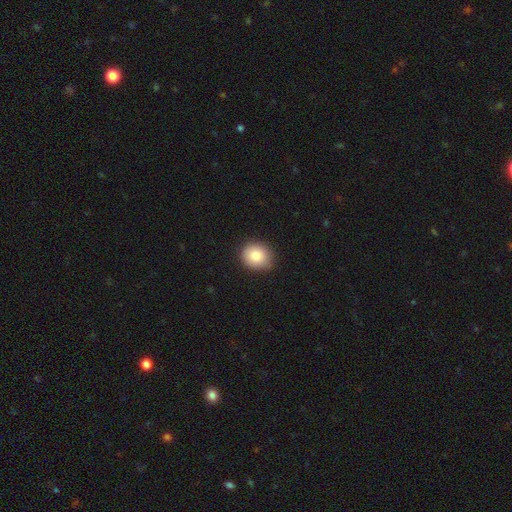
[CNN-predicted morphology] This is clearly a smooth galaxy (85%). How rounded: likely round (71%). Merging: clearly none (86%).